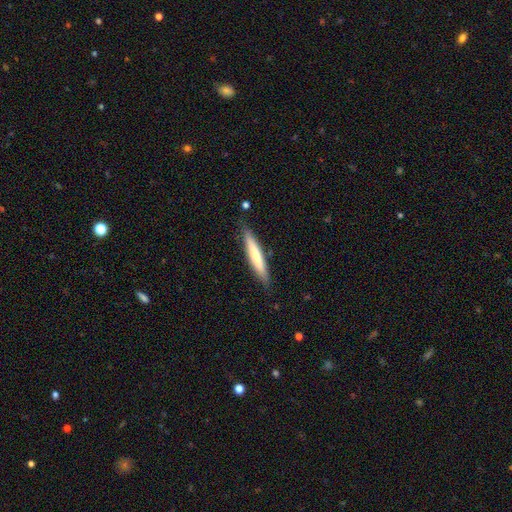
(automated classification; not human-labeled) The model was most divided on "smooth or featured": smooth: 65%, featured or disk: 29%, star or artifact: 5%. More confident: how rounded — cigar-shaped (93%); merging — none (86%).